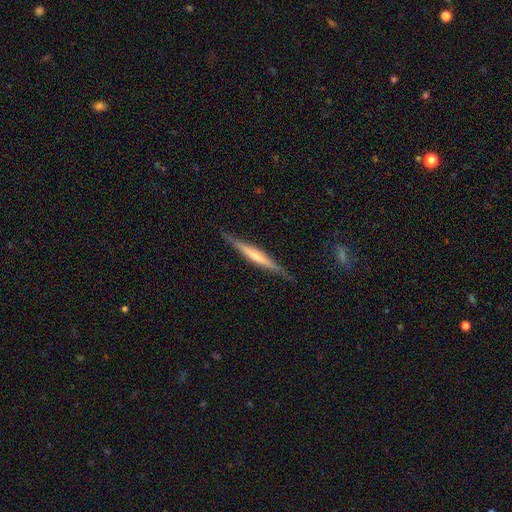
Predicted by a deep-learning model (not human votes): A featured or disk galaxy (62%) viewed edge-on (97%) with no central bulge (44%). Merging: none (86%).